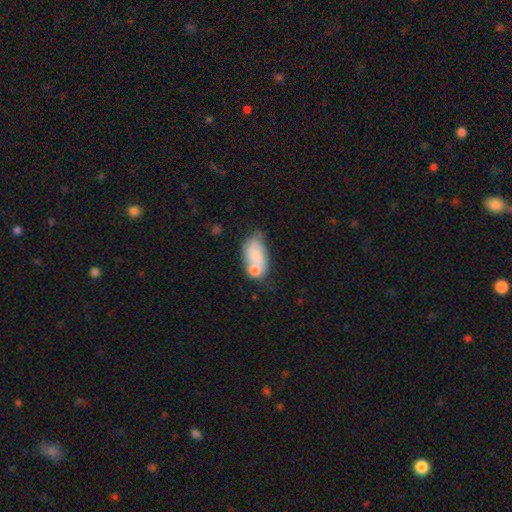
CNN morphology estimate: The model was most divided on "merging": merger: 44%, none: 27%, minor disturbance: 19%, major disturbance: 10%. More confident: how rounded — in between (90%); smooth or featured — smooth (64%).